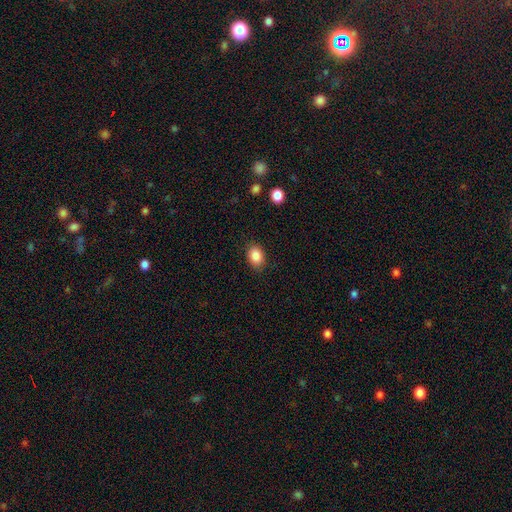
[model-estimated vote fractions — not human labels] Smooth or featured? smooth (87%)
How rounded? in between (72%)
Merging? none (85%)